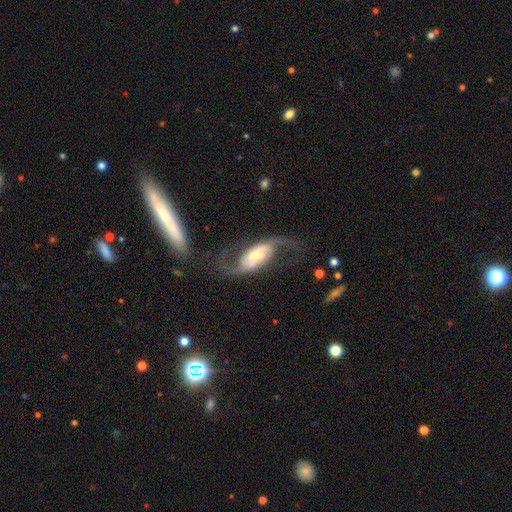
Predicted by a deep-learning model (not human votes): This appears to be a featured or disk galaxy (85%) with no bar (37%), 2 (92%) loose (69%) spiral arms (94%) and a moderate central bulge (56%). Merging: none (60%).